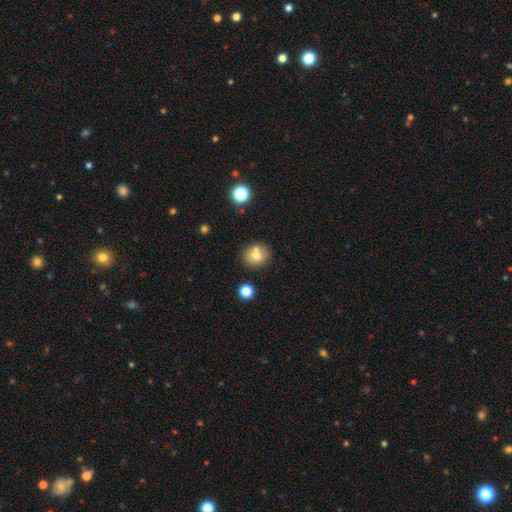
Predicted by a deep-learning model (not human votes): A smooth galaxy with no disk features (72%) that is round (79%). Merging: none (65%).